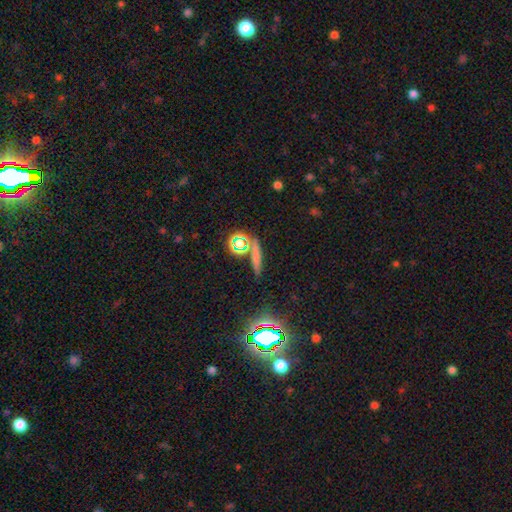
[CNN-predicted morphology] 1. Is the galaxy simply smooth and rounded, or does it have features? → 58% smooth, 26% star or artifact, 17% featured or disk.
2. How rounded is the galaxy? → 78% cigar-shaped, 12% round, 10% in between.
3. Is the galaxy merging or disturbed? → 80% none, 10% minor disturbance, 6% merger, 4% major disturbance.